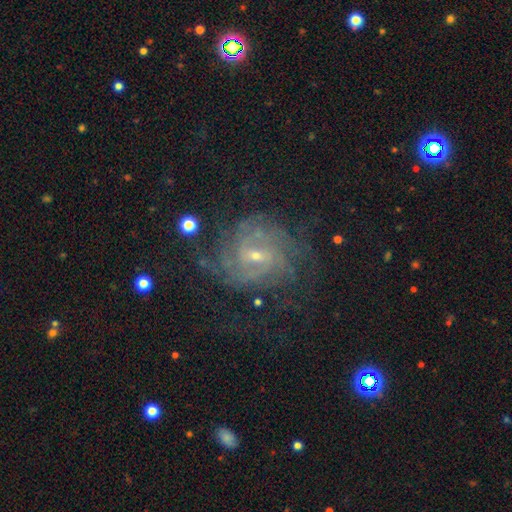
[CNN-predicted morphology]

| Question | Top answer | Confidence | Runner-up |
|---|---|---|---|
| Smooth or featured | featured or disk | 79% | star or artifact (12%) |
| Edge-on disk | no | 97% | yes (3%) |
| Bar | weak | 53% | no (30%) |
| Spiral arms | yes | 95% | no (5%) |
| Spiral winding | tight | 60% | medium (31%) |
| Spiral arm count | can't tell | 39% | 2 (16%) |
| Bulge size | small | 68% | moderate (28%) |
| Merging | none | 72% | minor disturbance (16%) |